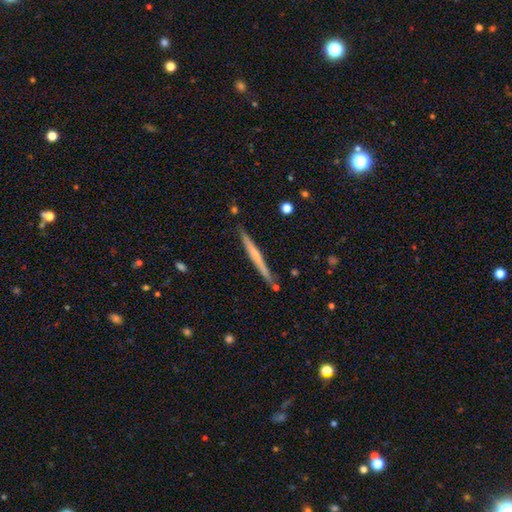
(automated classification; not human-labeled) smooth-or-featured: featured or disk: 52% | smooth: 43% | star or artifact: 6%
  disk-edge-on: yes: 97% | no: 3%
    edge-on-bulge: none: 72% | rounded: 21% | boxy: 8%
  merging: none: 87% | minor disturbance: 9% | merger: 2% | major disturbance: 2%